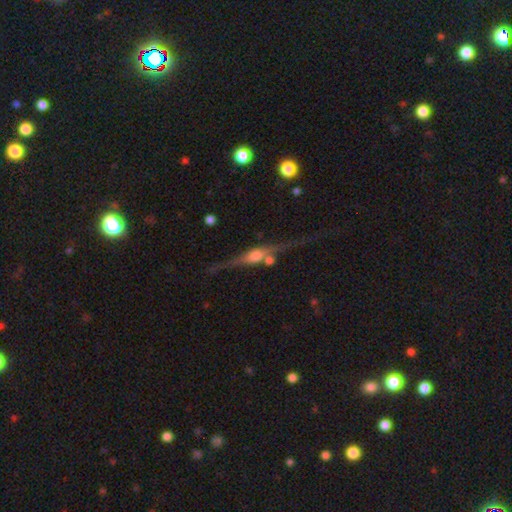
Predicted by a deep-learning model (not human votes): Smooth or featured? Predicted: featured or disk (p=0.82). Edge-on disk? Predicted: yes (p=0.93). Edge-on bulge? Predicted: rounded (p=0.87). Merging? Predicted: none (p=0.68).